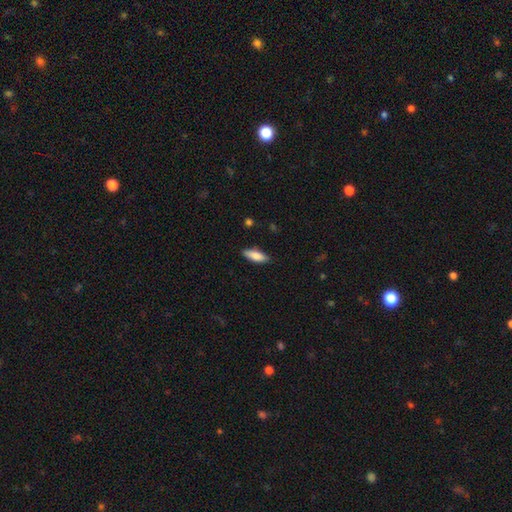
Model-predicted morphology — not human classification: Q: Smooth or featured?
A: smooth (81%); runner-up: featured or disk (13%)
Q: How rounded?
A: in between (64%); runner-up: cigar-shaped (34%)
Q: Merging?
A: none (86%); runner-up: minor disturbance (11%)